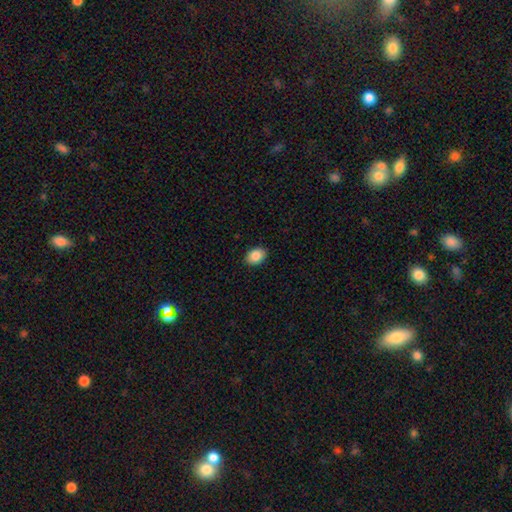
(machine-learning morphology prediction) Smooth or featured?
  - smooth: 88% *
  - star or artifact: 8%
  - featured or disk: 4%
How rounded?
  - in between: 74% *
  - round: 25%
  - cigar-shaped: 1%
Merging?
  - none: 90% *
  - minor disturbance: 7%
  - major disturbance: 2%
  - merger: 1%